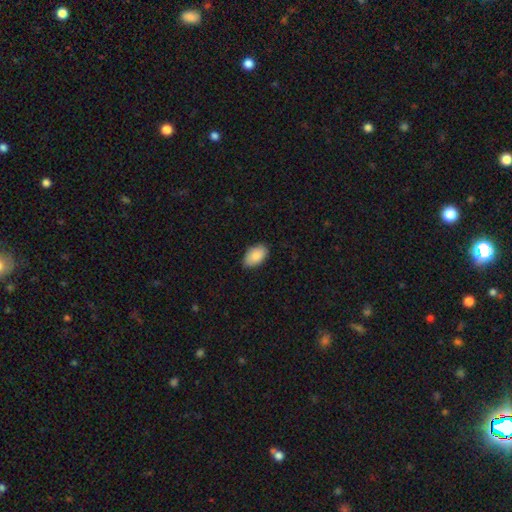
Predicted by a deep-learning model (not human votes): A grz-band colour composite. It shows a smooth galaxy with no disk features (88%) that is in between round and cigar-shaped (94%). Merging: none (85%).